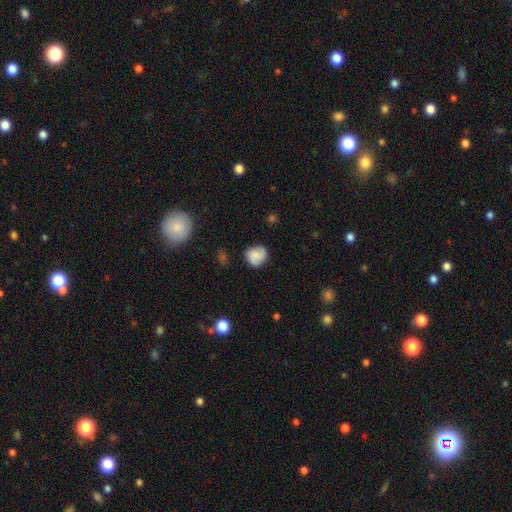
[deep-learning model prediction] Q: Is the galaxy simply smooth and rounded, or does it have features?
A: smooth — 68%.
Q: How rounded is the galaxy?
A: round — 79%.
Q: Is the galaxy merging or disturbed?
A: none — 74%.